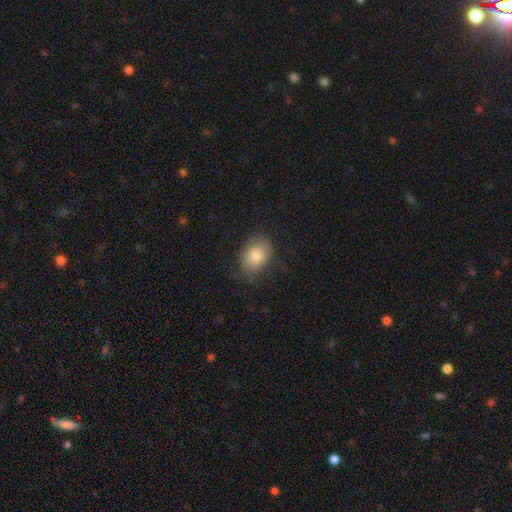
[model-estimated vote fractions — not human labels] Morphology: type=smooth (82%); roundness=in between (74%); merging=none (70%).